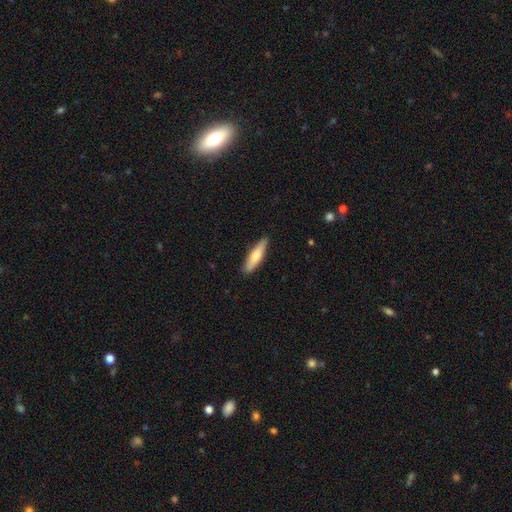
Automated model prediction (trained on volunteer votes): A smooth galaxy with no disk features (61%) that is cigar-shaped (73%). Merging: none (89%).